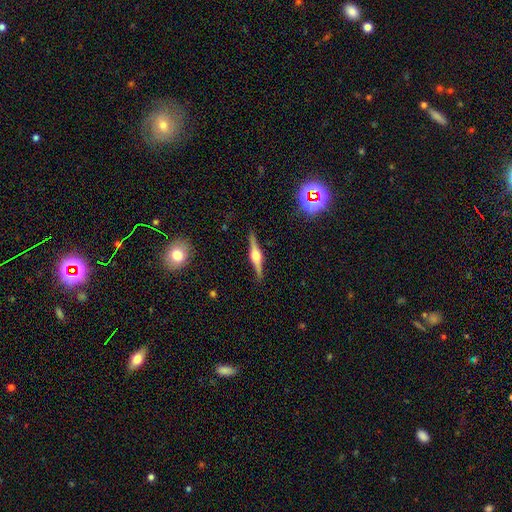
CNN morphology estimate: featured or disk 81%, smooth 13%, star or artifact 6%. Down the decision tree: edge-on disk — yes (98%); edge-on bulge — rounded (89%); merging — none (90%).